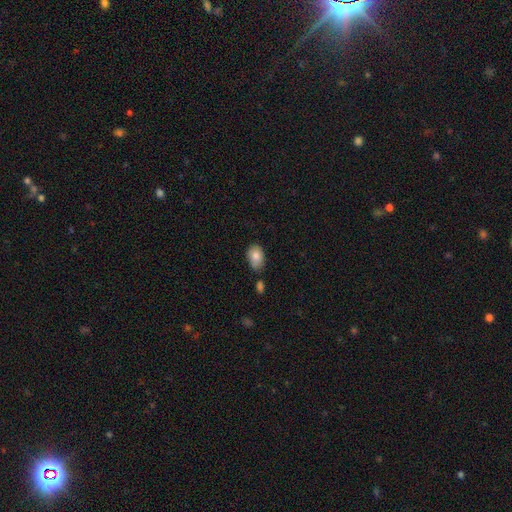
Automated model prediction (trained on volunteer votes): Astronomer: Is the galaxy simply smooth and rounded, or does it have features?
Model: smooth — 81%.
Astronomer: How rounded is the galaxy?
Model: in between — 84%.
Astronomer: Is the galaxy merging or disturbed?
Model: none — 67%.